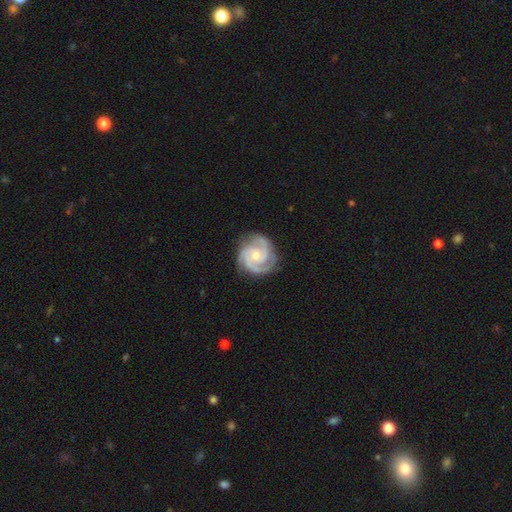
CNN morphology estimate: The model was most divided on "bulge size": small: 52%, moderate: 45%, large: 1%, none: 1%, dominant: 1%. More confident: spiral arms — yes (99%); edge-on disk — no (98%); smooth or featured — featured or disk (92%); merging — none (82%); spiral arm count — 3 (73%); bar — no (69%); spiral winding — tight (61%).